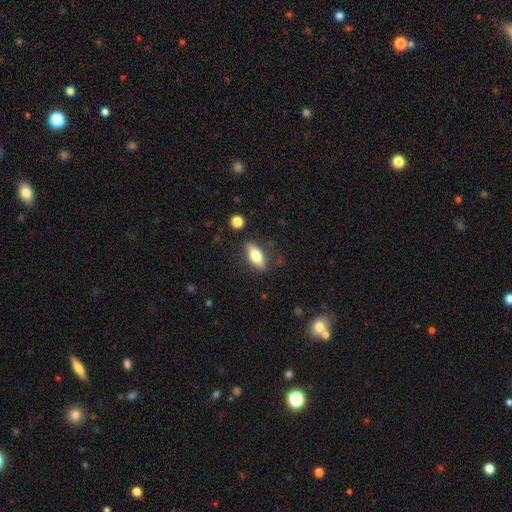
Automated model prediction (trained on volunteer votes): Smooth or featured? smooth (70%)
How rounded? in between (76%)
Merging? none (81%)